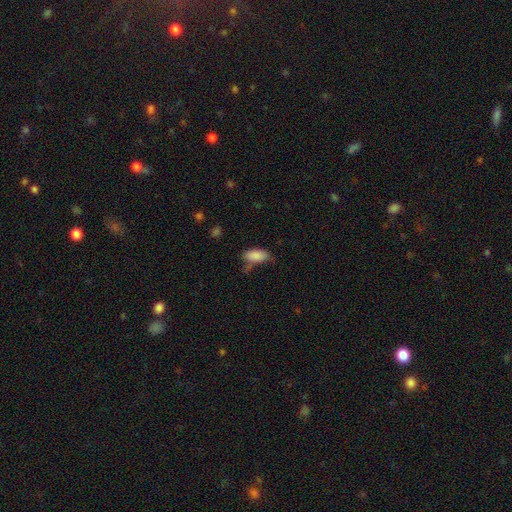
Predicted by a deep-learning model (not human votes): smooth 85%, star or artifact 8%, featured or disk 7%. Down the decision tree: how rounded — in between (91%); merging — none (46%).